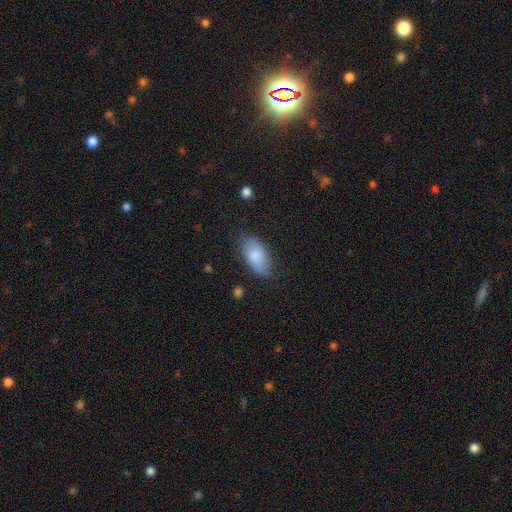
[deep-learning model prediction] Morphology: type=smooth (80%); roundness=in between (93%); merging=none (74%).